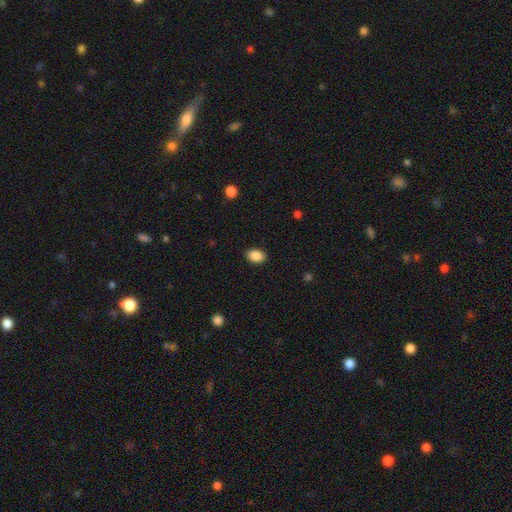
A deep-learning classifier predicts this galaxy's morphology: Smooth or featured? Predicted: smooth (p=0.88). How rounded? Predicted: in between (p=0.78). Merging? Predicted: none (p=0.89).